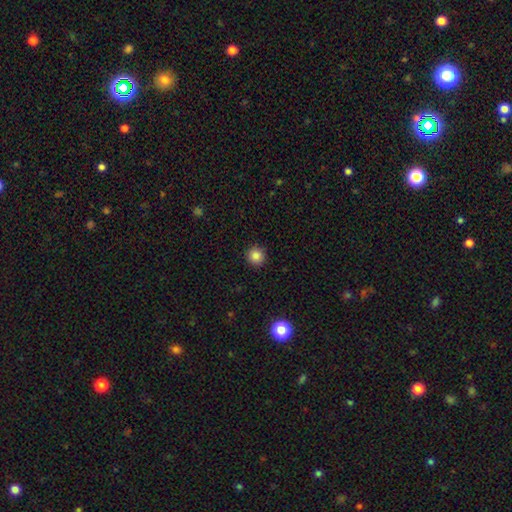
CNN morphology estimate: type=smooth (84%); roundness=round (94%); merging=none (92%).